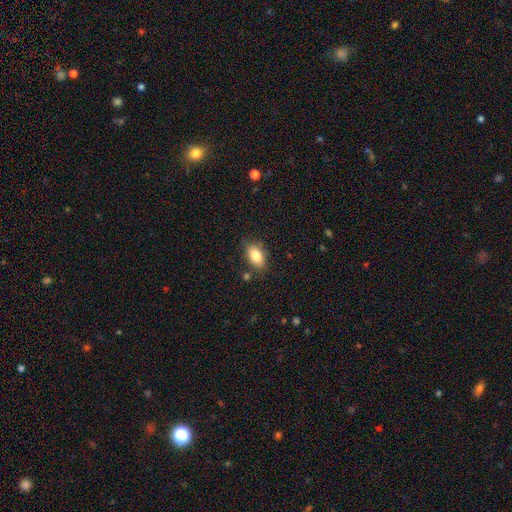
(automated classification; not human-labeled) The model was most divided on "merging": none: 79%, minor disturbance: 15%, merger: 3%, major disturbance: 3%. More confident: how rounded — in between (89%); smooth or featured — smooth (83%).